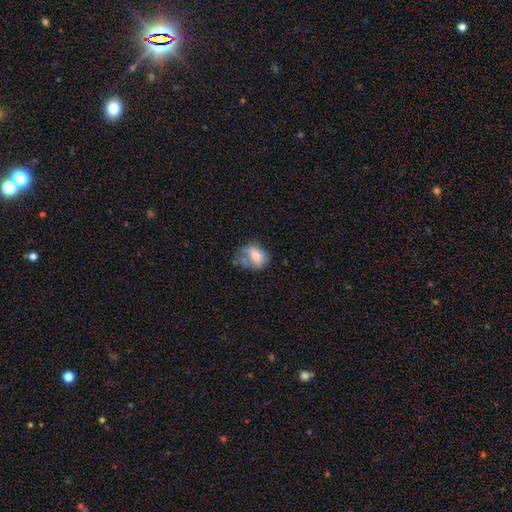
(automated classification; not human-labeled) smooth 66%, featured or disk 24%, star or artifact 10%. Down the decision tree: how rounded — in between (61%); merging — minor disturbance (33%).